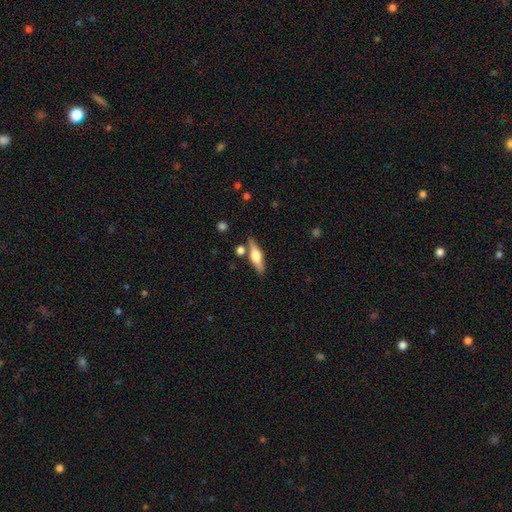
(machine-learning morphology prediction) featured or disk 53%, smooth 40%, star or artifact 6%. Down the decision tree: edge-on disk — yes (93%); merging — none (79%).